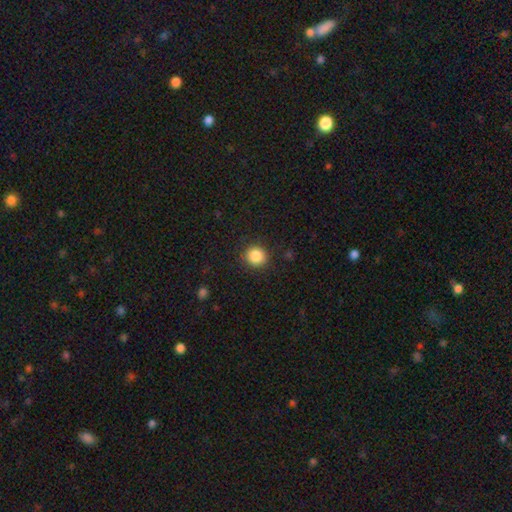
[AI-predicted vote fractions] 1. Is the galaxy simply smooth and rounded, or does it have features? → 87% smooth, 10% star or artifact, 4% featured or disk.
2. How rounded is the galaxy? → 90% round, 9% in between, 1% cigar-shaped.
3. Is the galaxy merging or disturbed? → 89% none, 7% minor disturbance, 2% major disturbance, 1% merger.